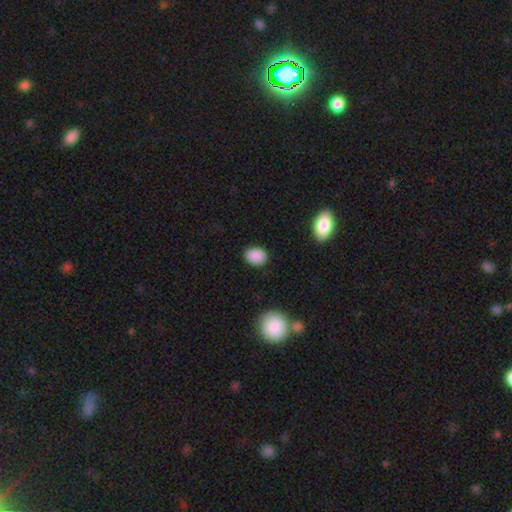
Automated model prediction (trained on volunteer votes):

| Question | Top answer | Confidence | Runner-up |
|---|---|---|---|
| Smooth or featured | smooth | 88% | star or artifact (8%) |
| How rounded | in between | 57% | round (42%) |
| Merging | none | 87% | minor disturbance (10%) |